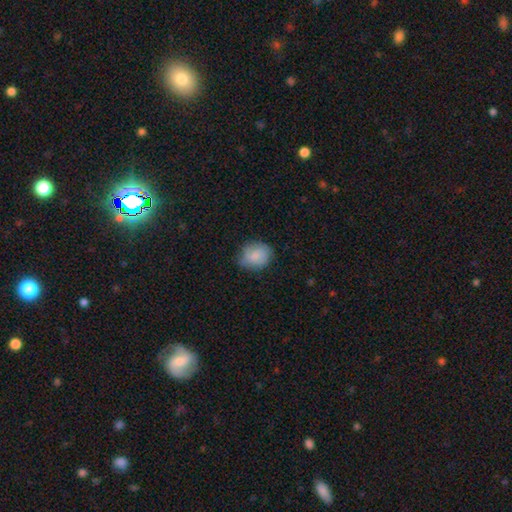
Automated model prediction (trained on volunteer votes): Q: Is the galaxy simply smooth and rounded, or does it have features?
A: smooth — 77%.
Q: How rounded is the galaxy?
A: round — 66%.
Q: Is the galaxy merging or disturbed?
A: none — 69%.